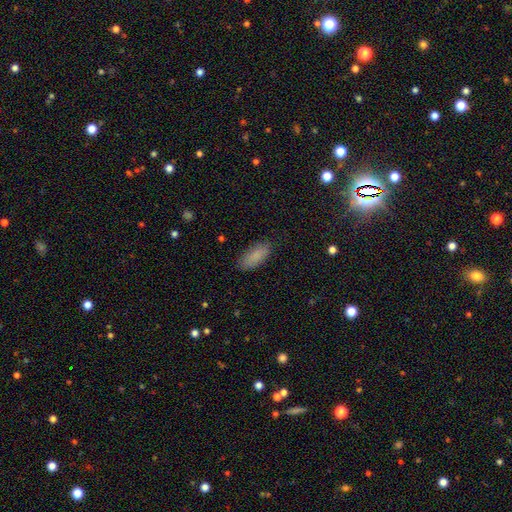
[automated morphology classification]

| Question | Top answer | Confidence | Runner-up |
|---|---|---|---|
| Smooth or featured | smooth | 87% | star or artifact (7%) |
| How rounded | in between | 83% | cigar-shaped (16%) |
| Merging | none | 85% | minor disturbance (12%) |